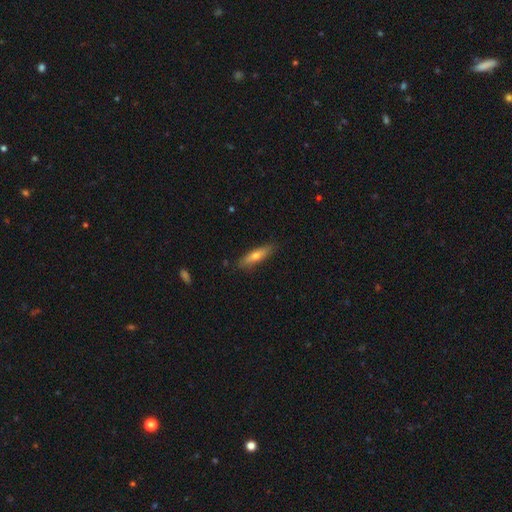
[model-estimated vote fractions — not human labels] Smooth or featured: smooth — 58% (featured or disk — 35%)
How rounded: cigar-shaped — 78% (in between — 20%)
Merging: none — 86% (minor disturbance — 11%)